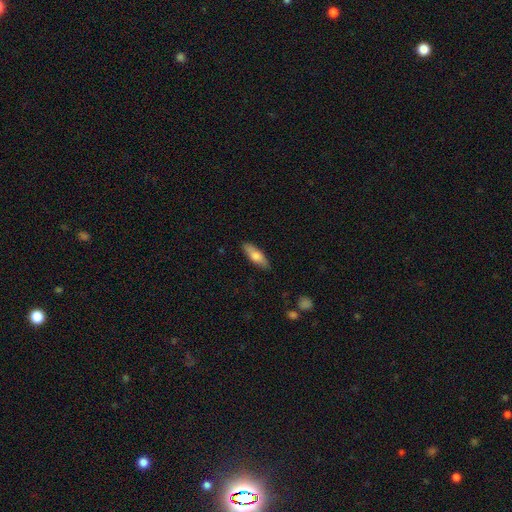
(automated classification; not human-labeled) smooth-or-featured: smooth: 74% | featured or disk: 20% | star or artifact: 6%
  how-rounded: in between: 58% | cigar-shaped: 40% | round: 2%
  merging: none: 85% | minor disturbance: 12% | major disturbance: 2% | merger: 1%